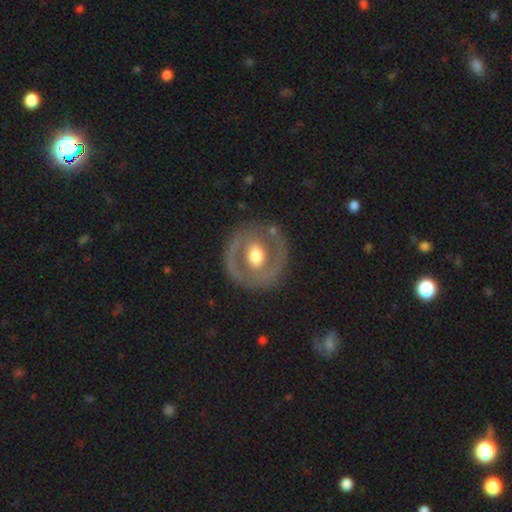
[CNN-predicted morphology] Smooth or featured? featured or disk (66%)
Edge-on disk? no (96%)
Bar? no (50%)
Spiral arms? no (65%)
Bulge size? moderate (67%)
Merging? none (79%)